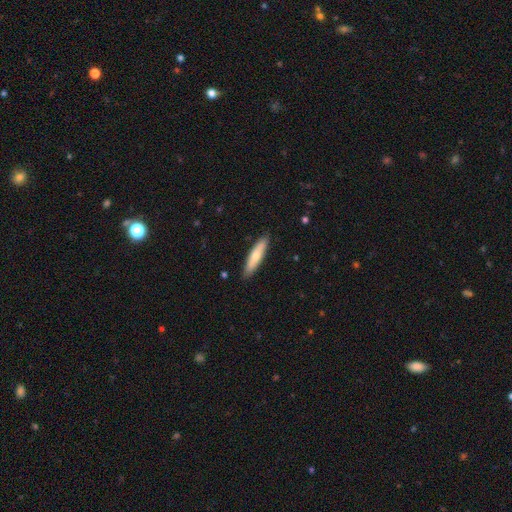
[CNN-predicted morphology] type=smooth (66%); roundness=cigar-shaped (80%); merging=none (89%).